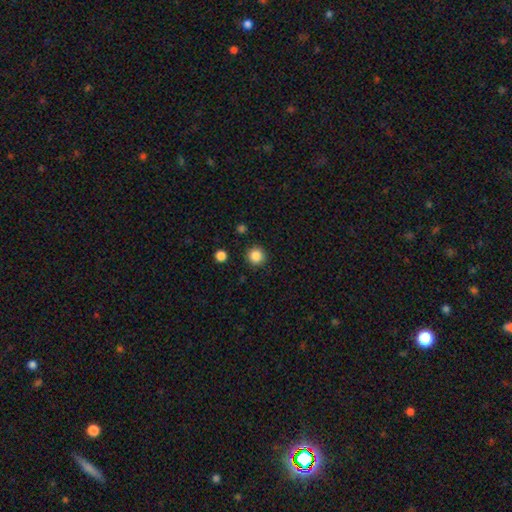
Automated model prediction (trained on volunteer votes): Smooth or featured? Predicted: smooth (p=0.86). How rounded? Predicted: round (p=0.95). Merging? Predicted: none (p=0.91).